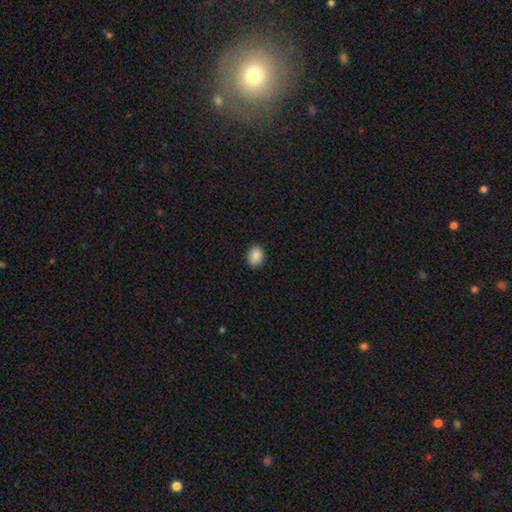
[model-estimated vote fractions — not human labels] Smooth or featured?
  - smooth: 88% *
  - star or artifact: 8%
  - featured or disk: 4%
How rounded?
  - in between: 64% *
  - round: 35%
  - cigar-shaped: 1%
Merging?
  - none: 89% *
  - minor disturbance: 8%
  - major disturbance: 2%
  - merger: 1%